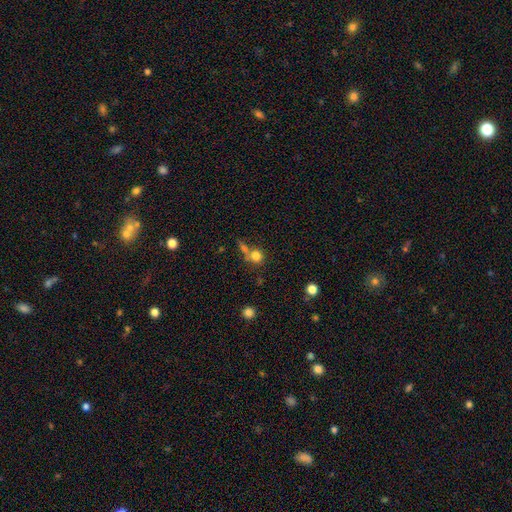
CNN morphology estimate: Smooth or featured?
  - smooth: 79% *
  - star or artifact: 12%
  - featured or disk: 9%
How rounded?
  - round: 83% *
  - in between: 15%
  - cigar-shaped: 1%
Merging?
  - none: 48% *
  - merger: 35%
  - minor disturbance: 10%
  - major disturbance: 6%